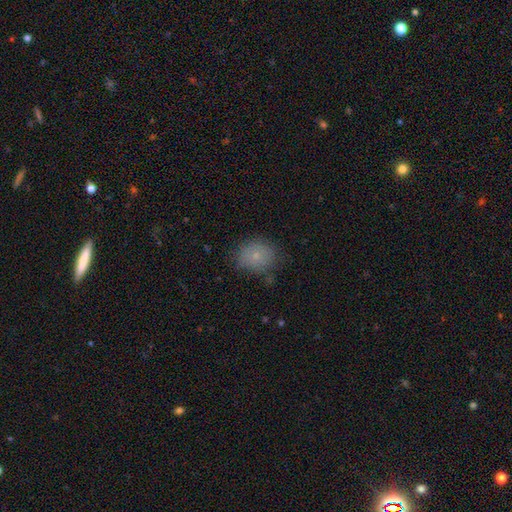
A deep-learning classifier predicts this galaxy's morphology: Smooth or featured? smooth (78%)
How rounded? round (61%)
Merging? none (75%)